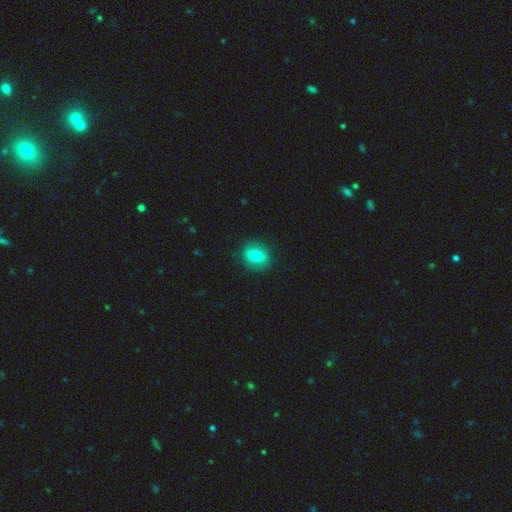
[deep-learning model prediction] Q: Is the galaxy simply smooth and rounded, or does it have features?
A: smooth — 70%.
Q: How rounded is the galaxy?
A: in between — 55%.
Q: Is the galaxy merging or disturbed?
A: none — 86%.